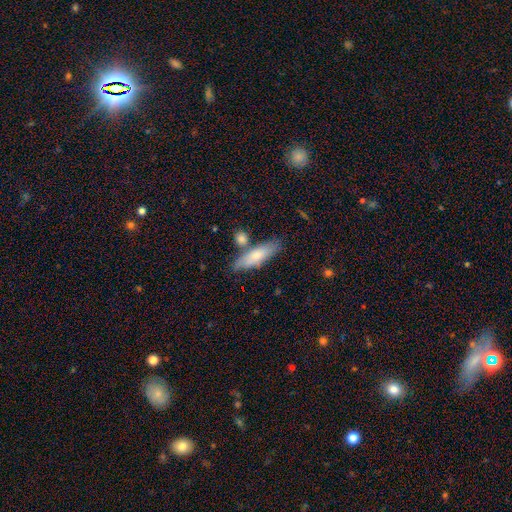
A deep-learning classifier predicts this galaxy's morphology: type=smooth (67%); roundness=cigar-shaped (57%); merging=none (69%).